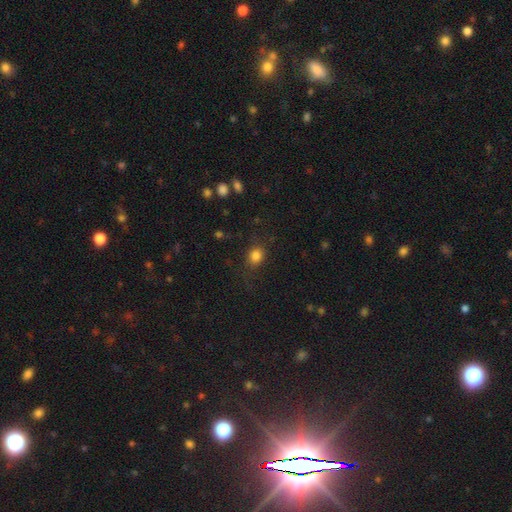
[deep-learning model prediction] This is clearly a smooth galaxy (83%). How rounded: likely round (67%). Merging: likely none (78%).